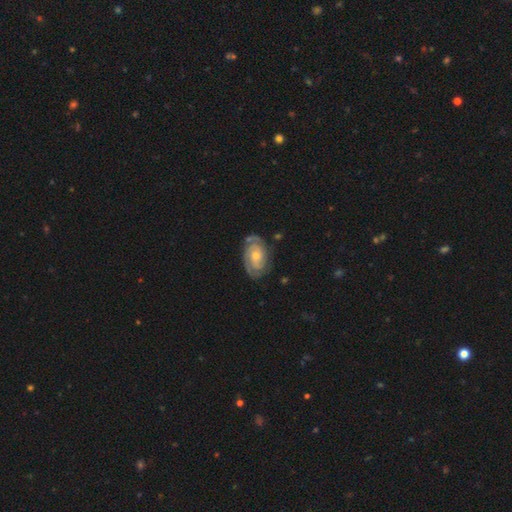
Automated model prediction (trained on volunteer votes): A featured or disk galaxy (86%) with no bar (67%), 2 (69%) tight (70%) spiral arms (97%) and a moderate central bulge (52%).

Vote fractions:
- Smooth or featured? featured or disk: 86% / smooth: 8% / star or artifact: 6%
- Edge-on disk? no: 97% / yes: 3%
- Bar? no: 67% / weak: 27% / strong: 6%
- Spiral arms? yes: 97% / no: 3%
- Spiral winding? tight: 70% / medium: 25% / loose: 5%
- Spiral arm count? 2: 69% / 3: 12% / can't tell: 11% / 4: 3% / 1: 3% / more than 4: 2%
- Bulge size? moderate: 52% / small: 41% / large: 3% / none: 3% / dominant: 1%
- Merging? none: 80% / minor disturbance: 14% / major disturbance: 4% / merger: 1%